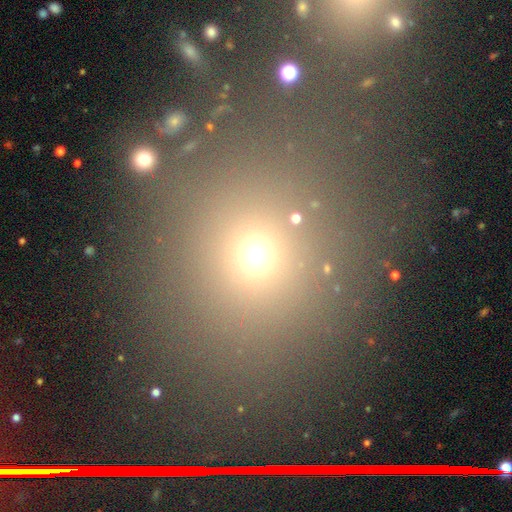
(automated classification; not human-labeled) Smooth or featured? smooth (64%)
How rounded? round (76%)
Merging? none (74%)